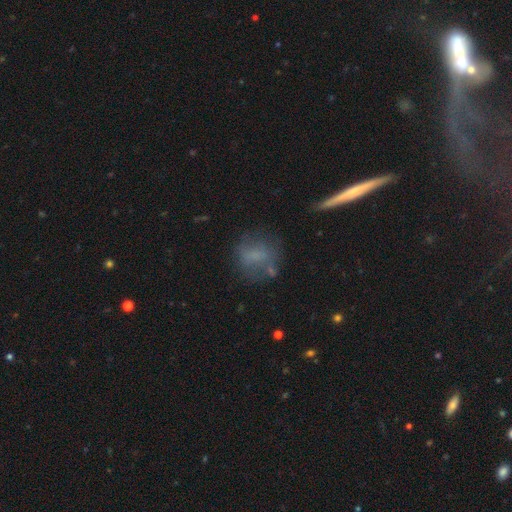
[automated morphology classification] Smooth or featured? smooth (58%)
How rounded? round (58%)
Merging? none (61%)